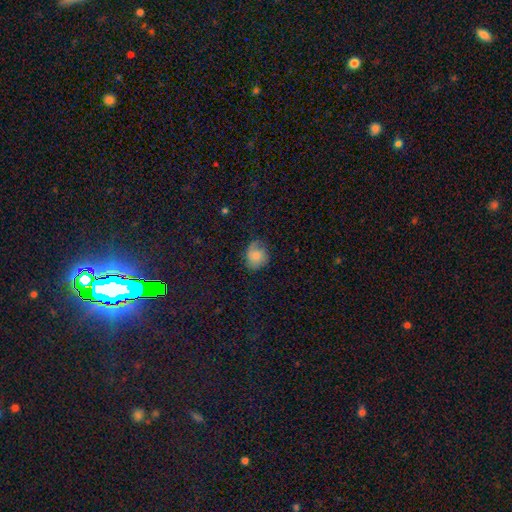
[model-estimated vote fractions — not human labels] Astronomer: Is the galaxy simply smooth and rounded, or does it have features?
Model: smooth — 72%.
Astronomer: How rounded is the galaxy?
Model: round — 67%.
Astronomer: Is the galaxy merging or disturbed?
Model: none — 62%.